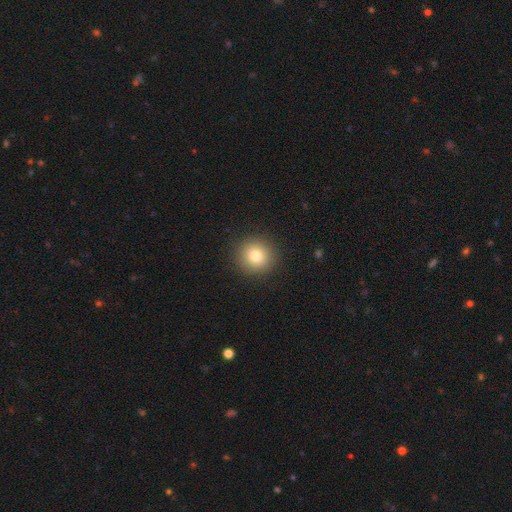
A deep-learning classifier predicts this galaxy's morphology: Smooth or featured? Predicted: smooth (p=0.79). How rounded? Predicted: round (p=0.94). Merging? Predicted: none (p=0.91).